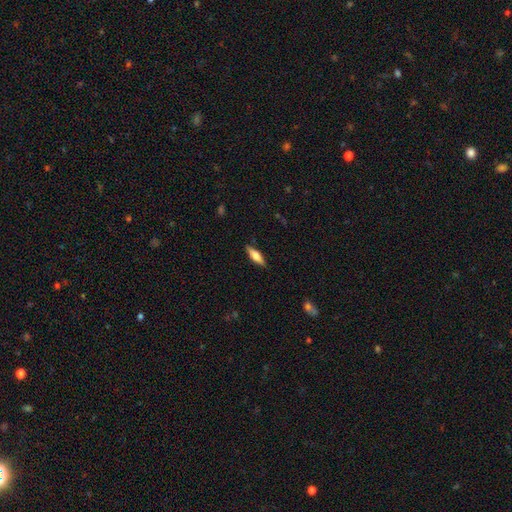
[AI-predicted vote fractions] A smooth galaxy with no disk features (48%). Merging: none (88%).